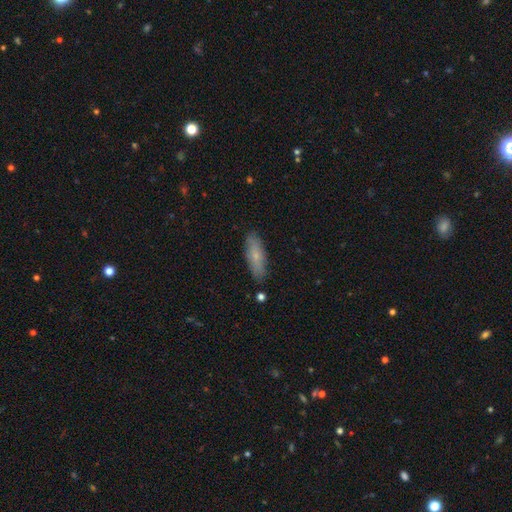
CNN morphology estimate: smooth_or_featured: smooth (p=0.71) [alt: featured or disk p=0.23]
how_rounded: cigar-shaped (p=0.51) [alt: in between p=0.47]
merging: none (p=0.86) [alt: minor disturbance p=0.11]